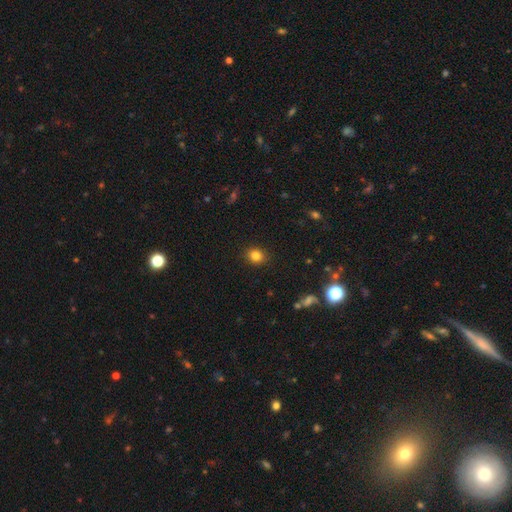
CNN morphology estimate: smooth-or-featured: smooth: 83% | star or artifact: 12% | featured or disk: 5%
  how-rounded: round: 70% | in between: 29% | cigar-shaped: 1%
  merging: none: 89% | minor disturbance: 7% | major disturbance: 2% | merger: 1%